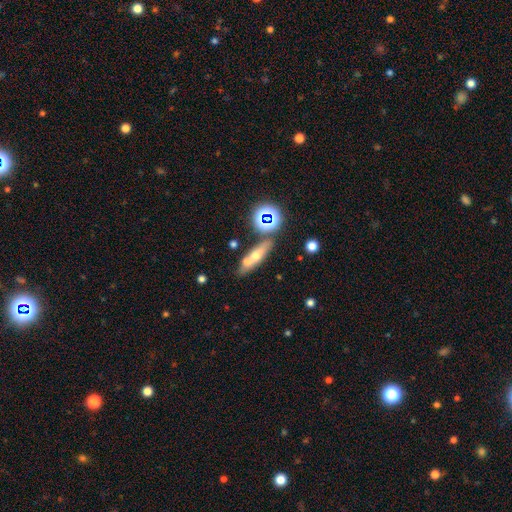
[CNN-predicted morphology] Smooth or featured? smooth (49%)
Merging? none (60%)